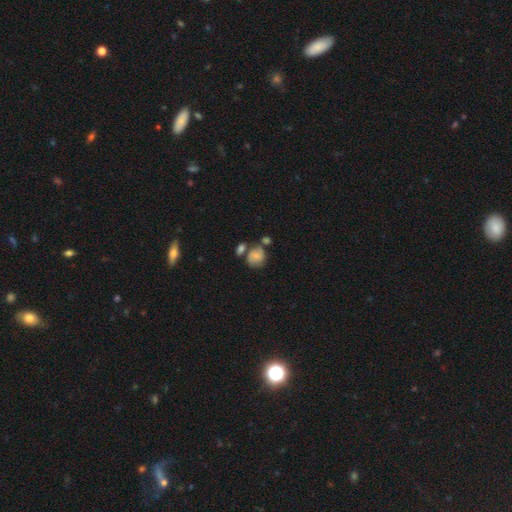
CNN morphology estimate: A smooth galaxy with no disk features (55%) that is round (69%).

Vote fractions:
- Smooth or featured? smooth: 55% / featured or disk: 35% / star or artifact: 10%
- How rounded? round: 69% / in between: 29% / cigar-shaped: 1%
- Merging? none: 49% / merger: 25% / minor disturbance: 19% / major disturbance: 7%